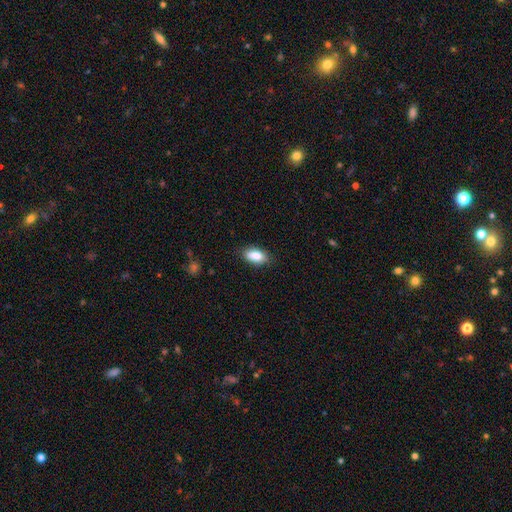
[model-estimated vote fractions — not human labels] Smooth or featured?
  - smooth: 84% *
  - featured or disk: 9%
  - star or artifact: 7%
How rounded?
  - in between: 89% *
  - cigar-shaped: 6%
  - round: 5%
Merging?
  - none: 83% *
  - minor disturbance: 13%
  - major disturbance: 3%
  - merger: 1%